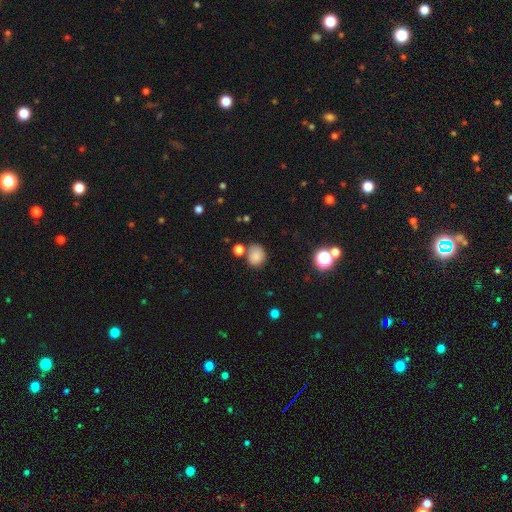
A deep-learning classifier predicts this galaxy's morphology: This is clearly a smooth galaxy (82%). How rounded: likely round (72%). Merging: likely none (71%).